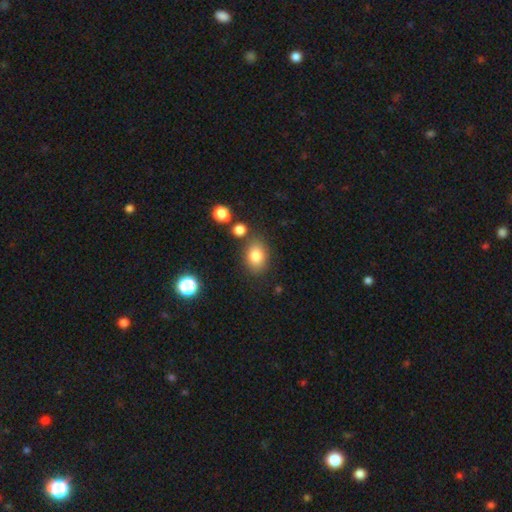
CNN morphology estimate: smooth_or_featured: smooth (p=0.82) [alt: star or artifact p=0.10]
how_rounded: in between (p=0.70) [alt: round p=0.29]
merging: none (p=0.77) [alt: minor disturbance p=0.12]